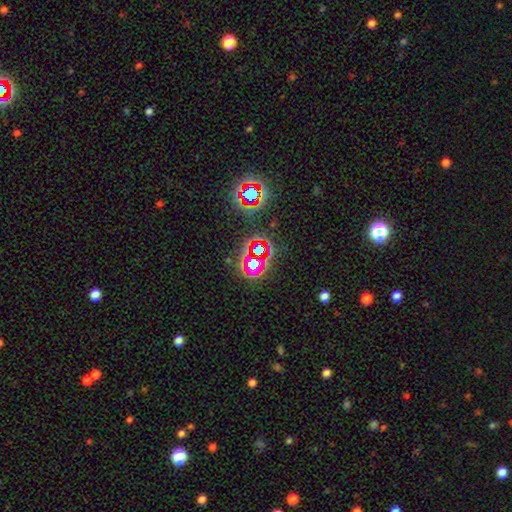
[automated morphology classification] smooth-or-featured: star or artifact: 71% | smooth: 16% | featured or disk: 14%